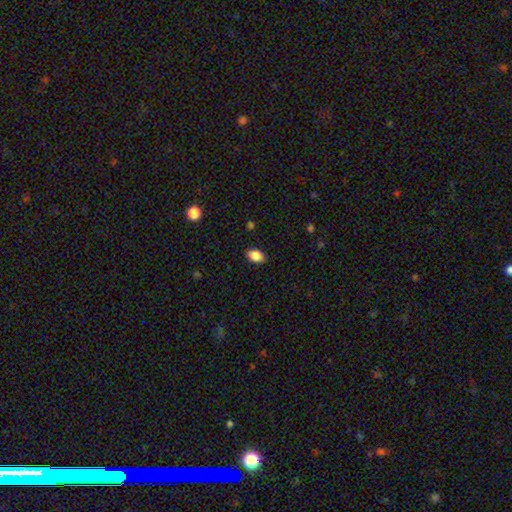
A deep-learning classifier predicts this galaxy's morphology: Q: Smooth or featured?
A: smooth (87%); runner-up: star or artifact (8%)
Q: How rounded?
A: in between (88%); runner-up: round (11%)
Q: Merging?
A: none (86%); runner-up: minor disturbance (10%)